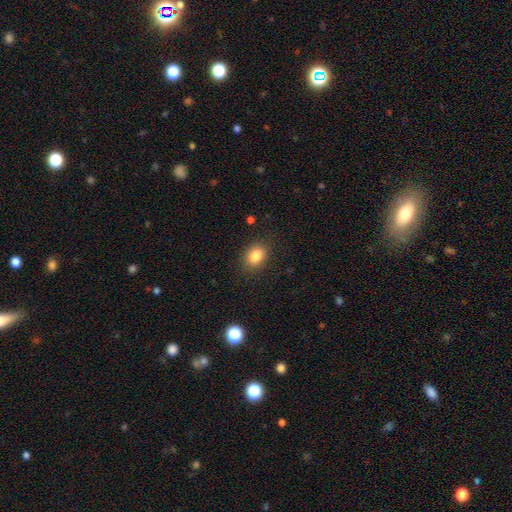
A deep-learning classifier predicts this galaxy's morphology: Smooth or featured: smooth — 84% (star or artifact — 10%)
How rounded: in between — 69% (round — 30%)
Merging: none — 84% (minor disturbance — 12%)